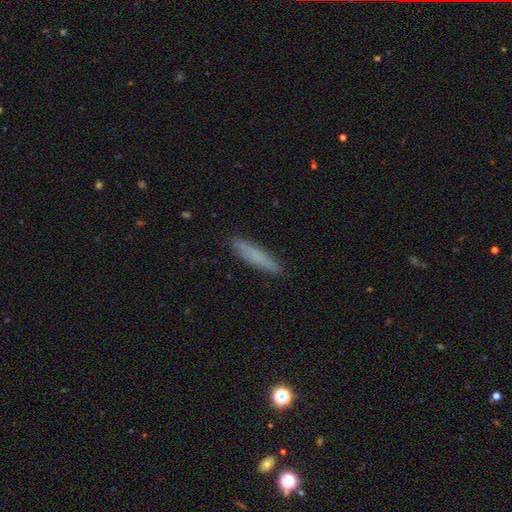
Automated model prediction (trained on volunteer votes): Smooth or featured? smooth (76%)
How rounded? cigar-shaped (89%)
Merging? none (89%)